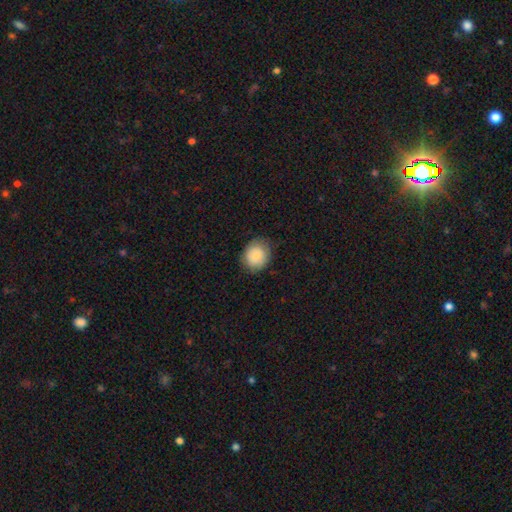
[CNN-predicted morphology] type=smooth (87%); roundness=round (63%); merging=none (80%).